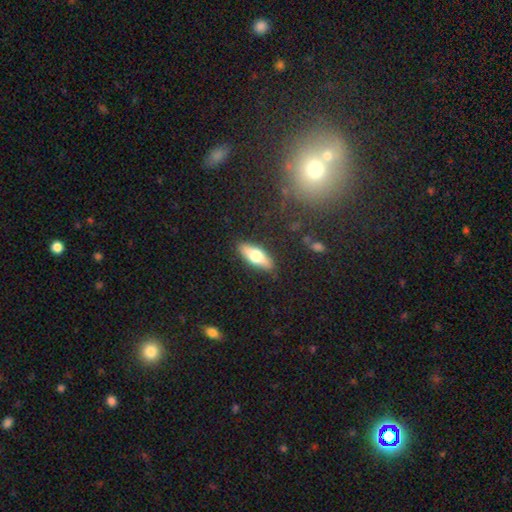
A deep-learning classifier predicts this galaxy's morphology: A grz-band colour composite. It shows a smooth galaxy with no disk features (61%) that is in between round and cigar-shaped (59%). Merging: none (86%).